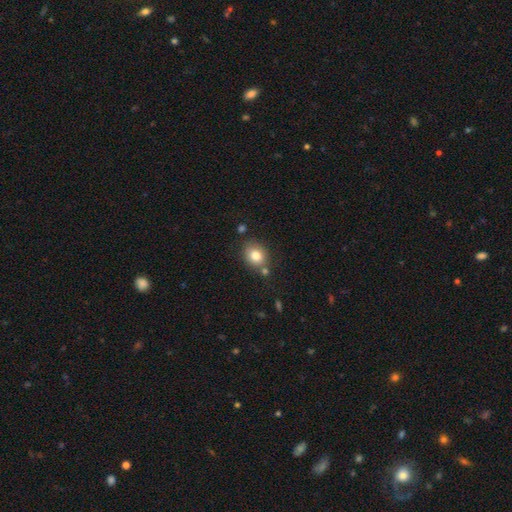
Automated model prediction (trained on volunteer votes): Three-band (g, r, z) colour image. It shows a smooth galaxy with no disk features (80%) that is round (60%). Merging: none (70%).